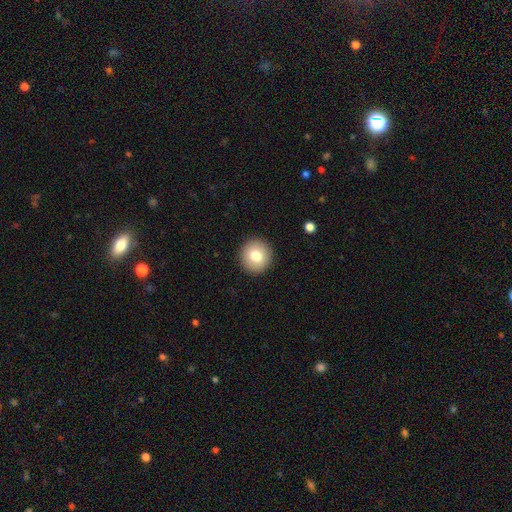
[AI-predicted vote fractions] Smooth or featured? Predicted: smooth (p=0.78). How rounded? Predicted: round (p=0.92). Merging? Predicted: none (p=0.92).